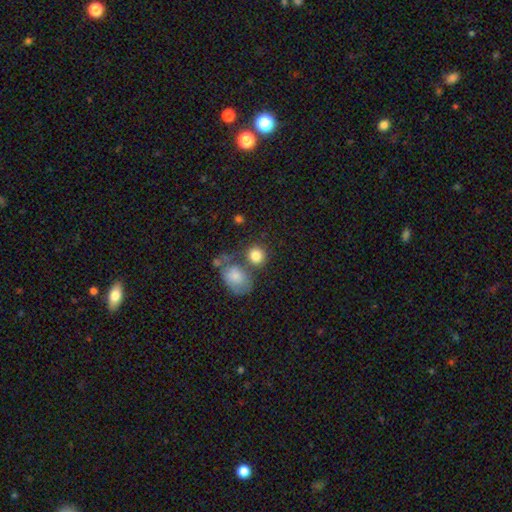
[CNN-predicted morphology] Overall: smooth (83%). How rounded: round (80%). Merging: none (62%).